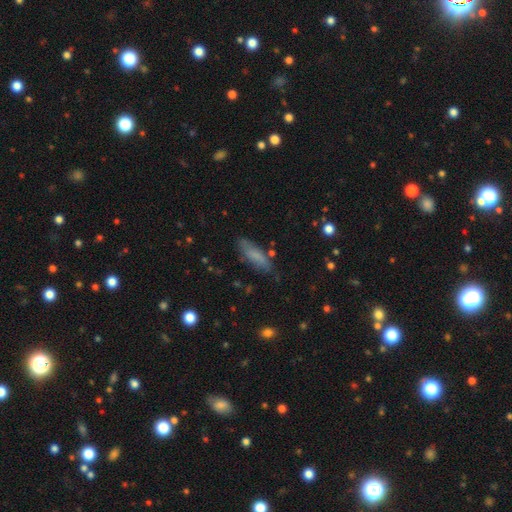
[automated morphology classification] Smooth or featured?
  - smooth: 73% *
  - featured or disk: 19%
  - star or artifact: 8%
How rounded?
  - cigar-shaped: 53% *
  - in between: 45%
  - round: 2%
Merging?
  - none: 75% *
  - minor disturbance: 18%
  - major disturbance: 4%
  - merger: 3%